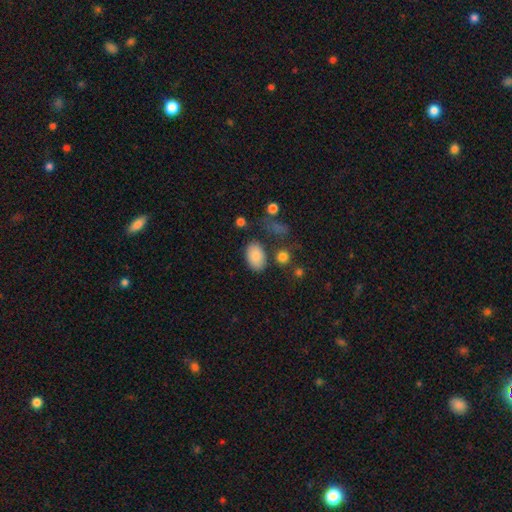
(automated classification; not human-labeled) Smooth or featured? Predicted: smooth (p=0.86). How rounded? Predicted: in between (p=0.90). Merging? Predicted: none (p=0.77).